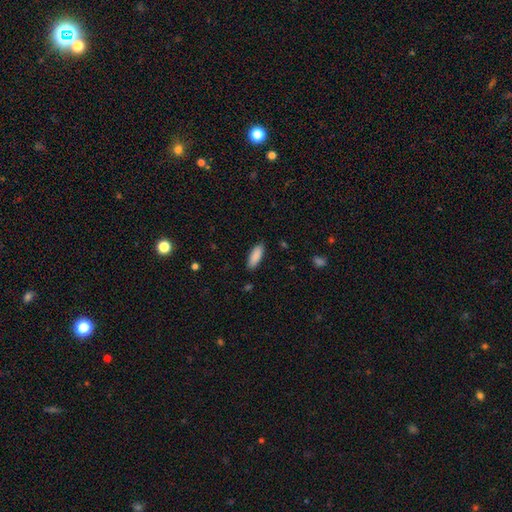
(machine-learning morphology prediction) Smooth or featured? smooth (90%)
How rounded? in between (68%)
Merging? none (87%)